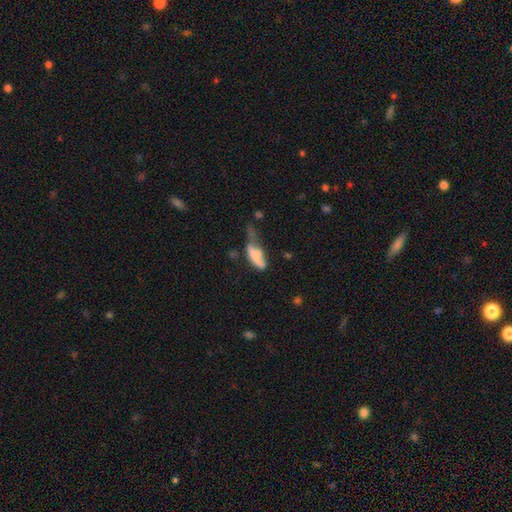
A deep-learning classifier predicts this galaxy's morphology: Q: Smooth or featured?
A: smooth (66%); runner-up: featured or disk (25%)
Q: How rounded?
A: in between (63%); runner-up: cigar-shaped (33%)
Q: Merging?
A: major disturbance (38%); runner-up: minor disturbance (28%)